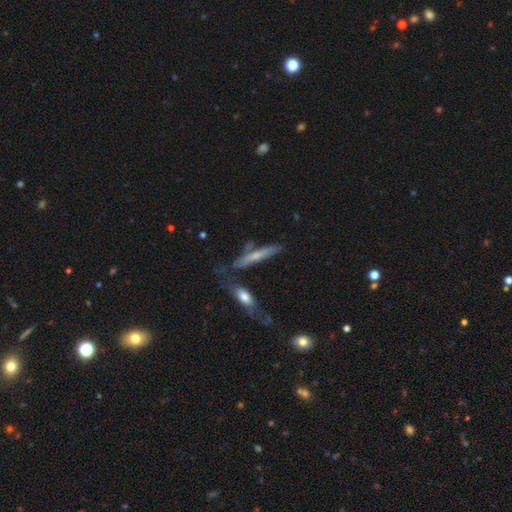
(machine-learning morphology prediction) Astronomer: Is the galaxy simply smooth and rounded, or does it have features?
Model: smooth — 48% (runner-up: featured or disk, 45%).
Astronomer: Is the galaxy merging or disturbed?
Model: none — 64%.